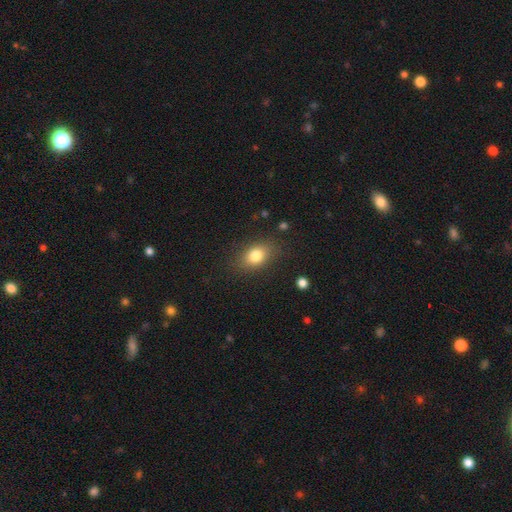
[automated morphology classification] Smooth or featured: smooth — 80% (featured or disk — 11%)
How rounded: in between — 76% (round — 22%)
Merging: none — 82% (minor disturbance — 12%)